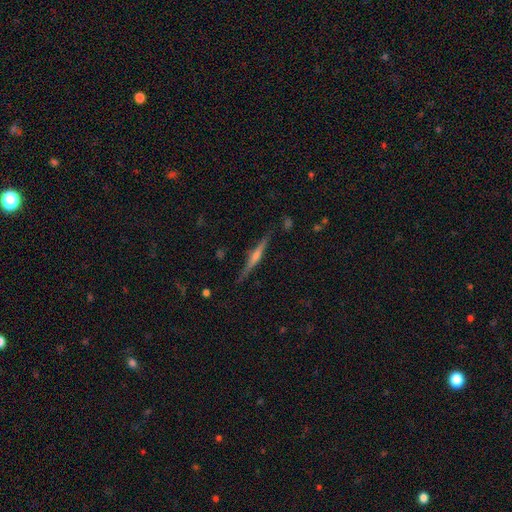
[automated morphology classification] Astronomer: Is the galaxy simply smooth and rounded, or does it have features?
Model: featured or disk — 81%.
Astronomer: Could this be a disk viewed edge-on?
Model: yes — 98%.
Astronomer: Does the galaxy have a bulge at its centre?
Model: rounded — 80%.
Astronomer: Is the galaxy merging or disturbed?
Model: none — 89%.